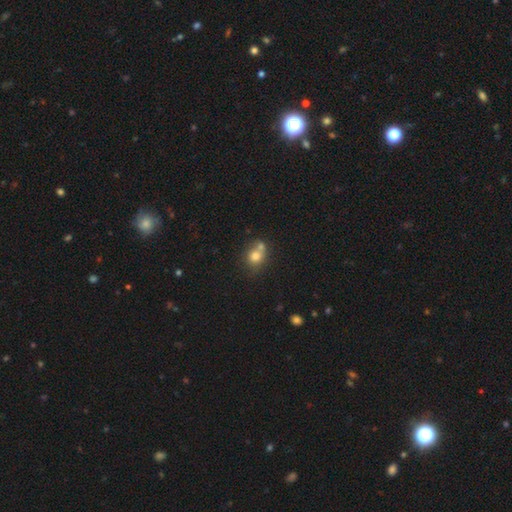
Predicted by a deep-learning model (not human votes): This is likely a smooth galaxy (75%). How rounded: likely round (75%). Merging: marginally merger (43%, tied with none).